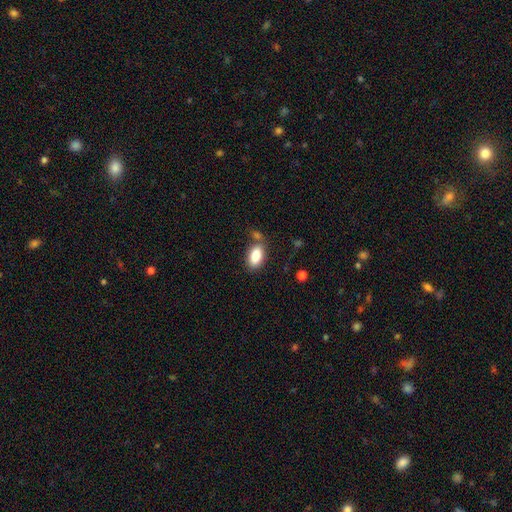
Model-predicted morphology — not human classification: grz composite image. It shows a smooth galaxy with no disk features (85%) that is in between round and cigar-shaped (91%). Merging: none (68%).